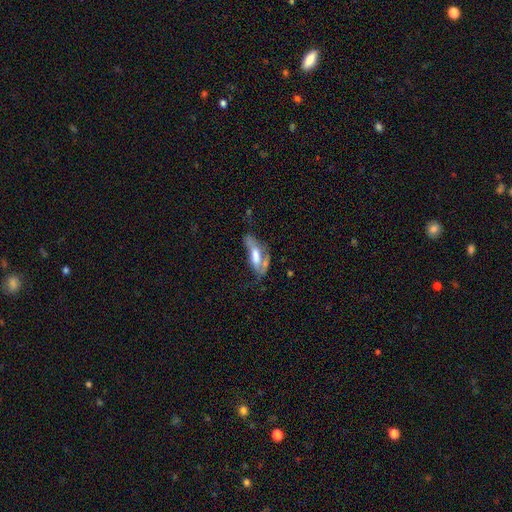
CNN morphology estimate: type=smooth (47%); merging=major disturbance (31%).